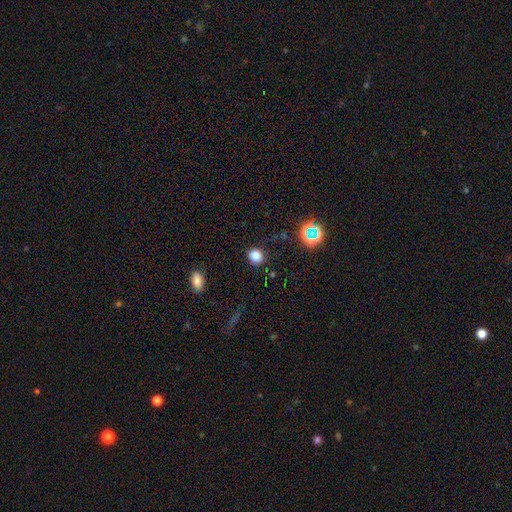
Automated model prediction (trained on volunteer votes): Smooth or featured?
  - smooth: 81% *
  - star or artifact: 15%
  - featured or disk: 4%
How rounded?
  - round: 73% *
  - in between: 26%
  - cigar-shaped: 1%
Merging?
  - none: 85% *
  - minor disturbance: 10%
  - major disturbance: 3%
  - merger: 2%